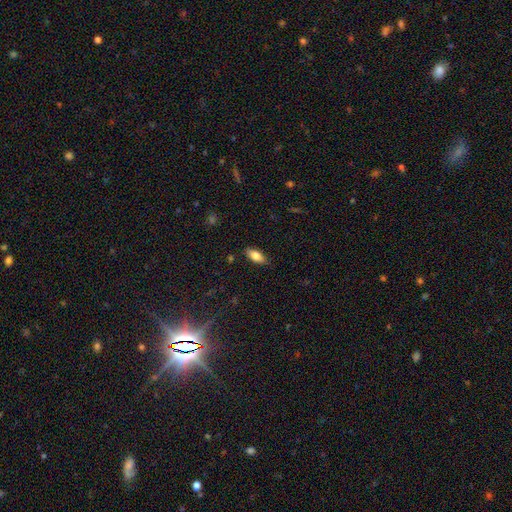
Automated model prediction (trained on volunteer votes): smooth-or-featured: smooth: 82% | featured or disk: 11% | star or artifact: 7%
  how-rounded: in between: 85% | cigar-shaped: 13% | round: 2%
  merging: none: 85% | minor disturbance: 11% | major disturbance: 2% | merger: 1%